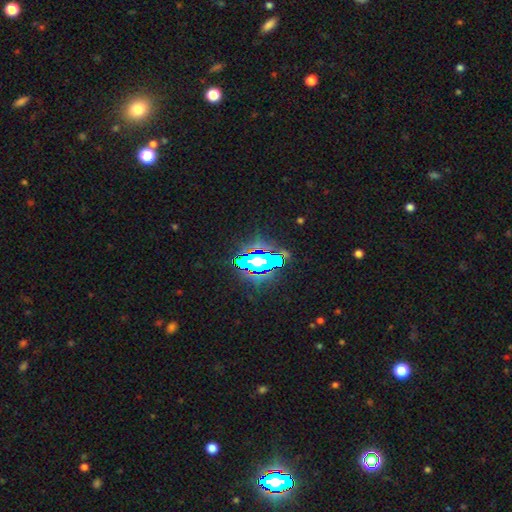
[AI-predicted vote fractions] smooth_or_featured: star or artifact (p=0.70) [alt: smooth p=0.16]